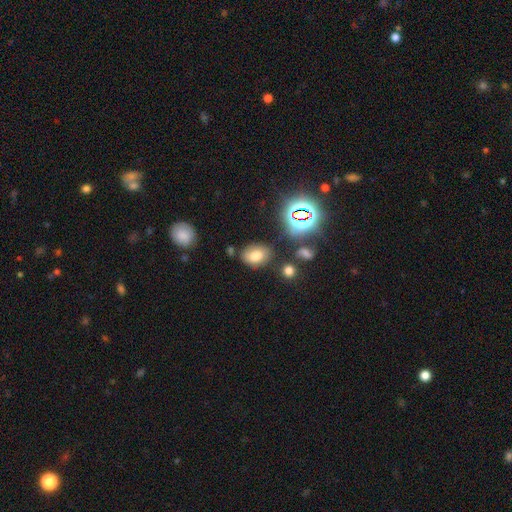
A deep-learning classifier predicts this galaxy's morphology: Smooth or featured: smooth — 73% (star or artifact — 16%)
How rounded: in between — 78% (round — 21%)
Merging: none — 73% (minor disturbance — 16%)